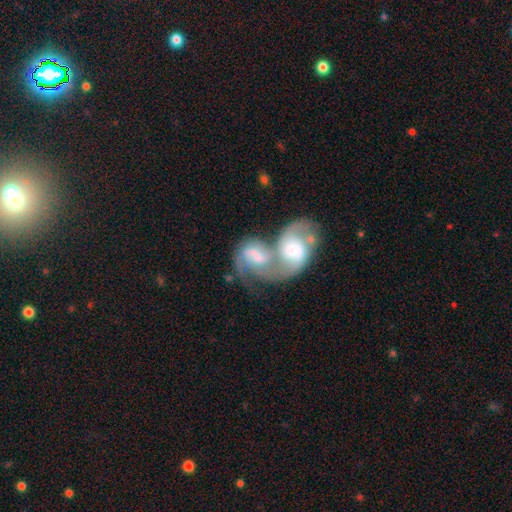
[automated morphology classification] A featured or disk galaxy (70%) with a weak bar (45%), 2 (71%) medium (46%) spiral arms (88%) and a moderate central bulge (37%). Merging: merger (78%).